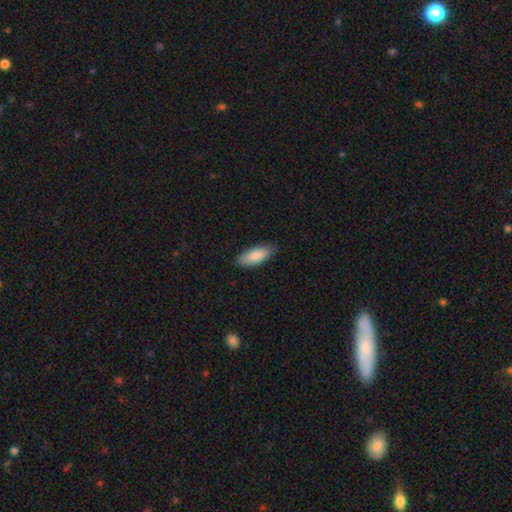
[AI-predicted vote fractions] Q: Smooth or featured?
A: smooth (85%); runner-up: featured or disk (9%)
Q: How rounded?
A: in between (81%); runner-up: cigar-shaped (17%)
Q: Merging?
A: none (84%); runner-up: minor disturbance (13%)